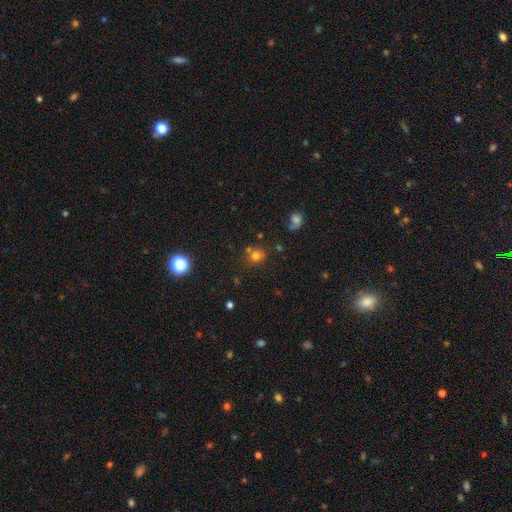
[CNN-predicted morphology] Smooth or featured?
  - smooth: 71% *
  - star or artifact: 19%
  - featured or disk: 11%
How rounded?
  - round: 77% *
  - in between: 22%
  - cigar-shaped: 1%
Merging?
  - none: 67% *
  - merger: 16%
  - minor disturbance: 12%
  - major disturbance: 5%